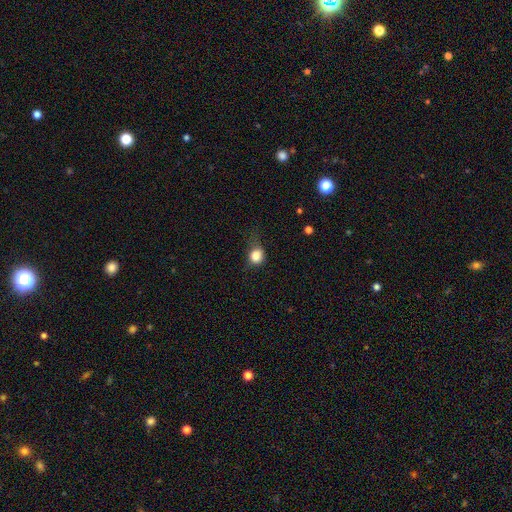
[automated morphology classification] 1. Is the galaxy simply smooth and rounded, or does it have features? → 81% smooth, 11% star or artifact, 8% featured or disk.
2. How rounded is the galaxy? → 71% round, 28% in between, 1% cigar-shaped.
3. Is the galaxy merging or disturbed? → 44% none, 34% minor disturbance, 20% major disturbance, 2% merger.